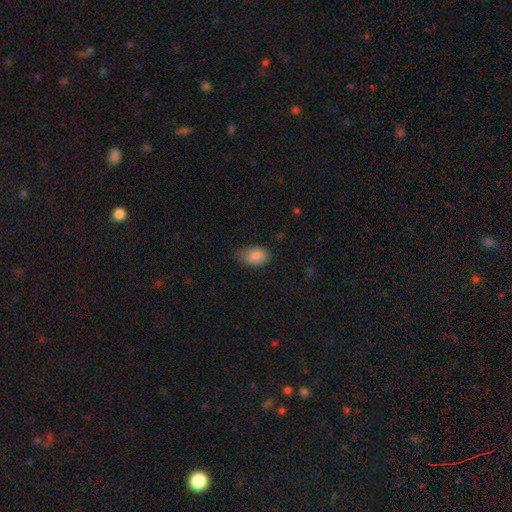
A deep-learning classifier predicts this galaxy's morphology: A smooth galaxy with no disk features (86%) that is in between round and cigar-shaped (89%). Merging: none (63%).